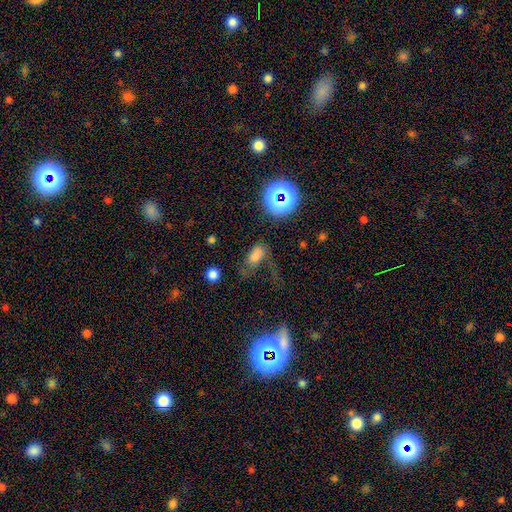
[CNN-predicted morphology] Smooth or featured? smooth (67%)
How rounded? in between (86%)
Merging? none (40%)